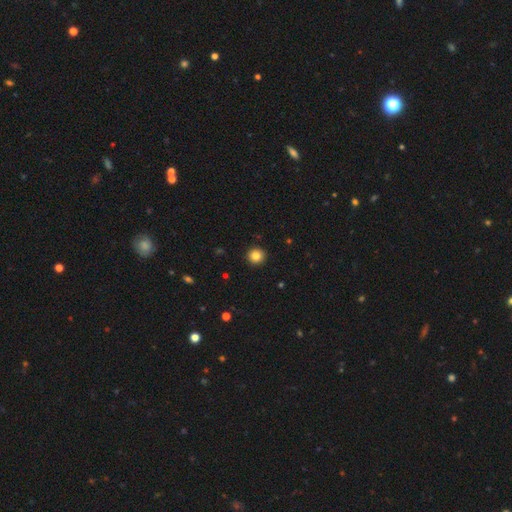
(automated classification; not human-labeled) This is clearly a smooth galaxy (84%). How rounded: clearly round (94%). Merging: clearly none (93%).